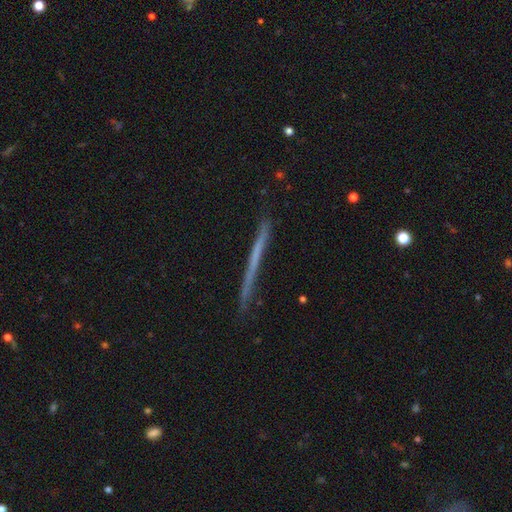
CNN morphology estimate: This is possibly a featured or disk galaxy (52%). It is clearly viewed edge-on (97%). Edge-on bulge: clearly none (94%). Merging: clearly none (86%).